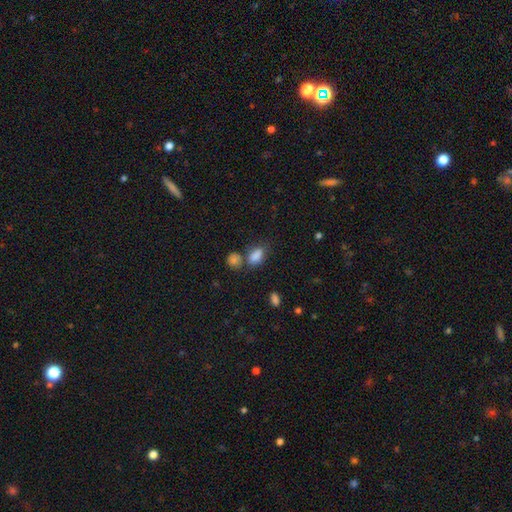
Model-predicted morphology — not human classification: A smooth galaxy with no disk features (84%) that is in between round and cigar-shaped (85%). Merging: none (51%).